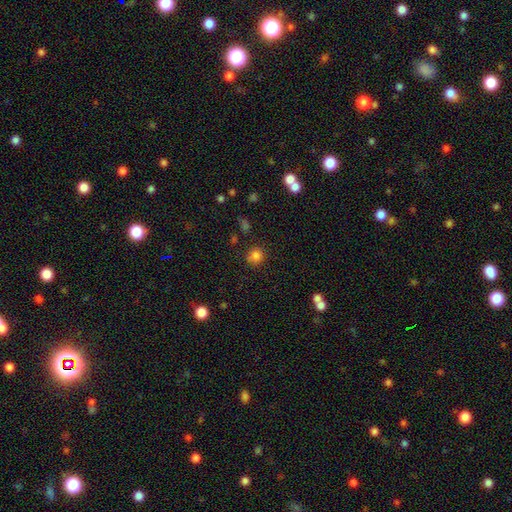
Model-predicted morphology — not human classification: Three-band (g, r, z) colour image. It shows a smooth galaxy with no disk features (81%) that is round (85%). Merging: none (82%).